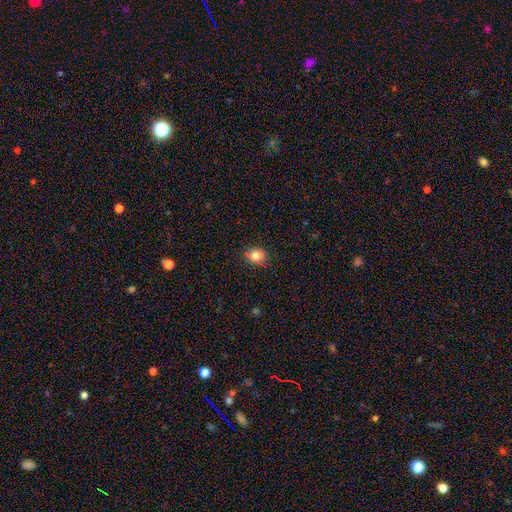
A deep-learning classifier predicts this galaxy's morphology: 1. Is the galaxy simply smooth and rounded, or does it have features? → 77% smooth, 14% star or artifact, 9% featured or disk.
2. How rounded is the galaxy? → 50% in between, 48% round, 2% cigar-shaped.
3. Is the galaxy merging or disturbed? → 81% none, 14% minor disturbance, 3% major disturbance, 1% merger.